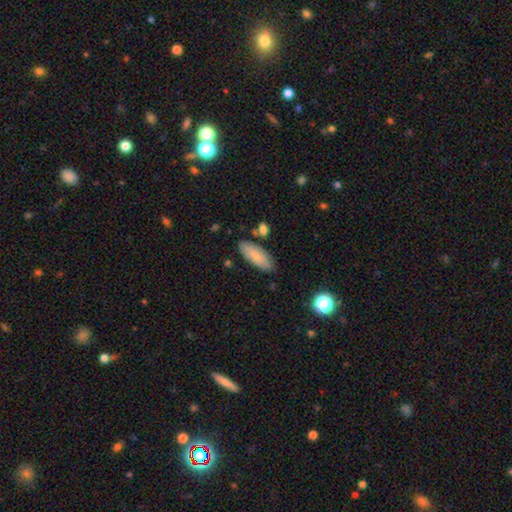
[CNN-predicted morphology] smooth_or_featured: smooth (p=0.81) [alt: featured or disk p=0.13]
how_rounded: in between (p=0.77) [alt: cigar-shaped p=0.22]
merging: none (p=0.80) [alt: minor disturbance p=0.14]